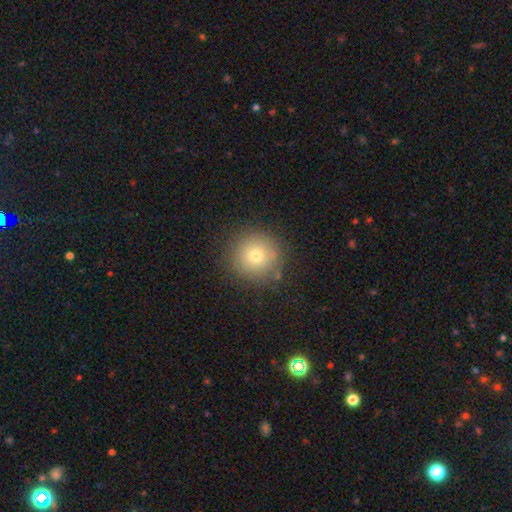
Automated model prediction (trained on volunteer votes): A smooth galaxy with no disk features (73%) that is round (95%). Merging: none (86%).